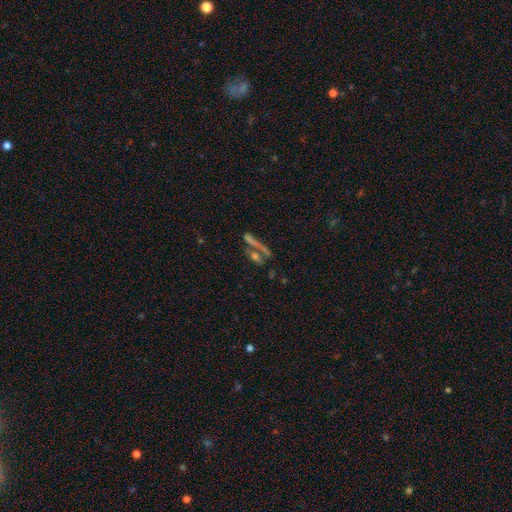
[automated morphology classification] A featured or disk galaxy (43%).

Vote fractions:
- Smooth or featured? featured or disk: 43% / smooth: 39% / star or artifact: 18%
- Merging? none: 47% / merger: 33% / minor disturbance: 11% / major disturbance: 9%